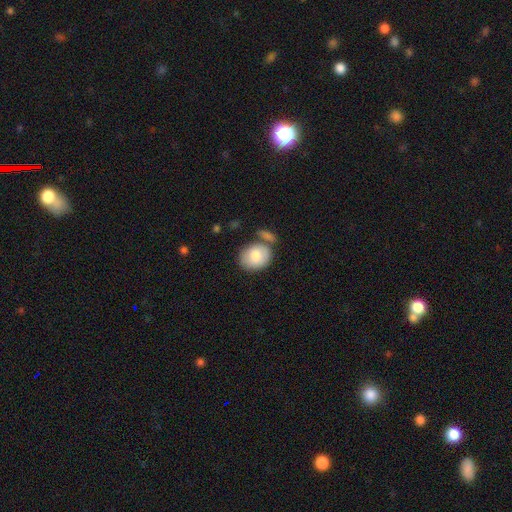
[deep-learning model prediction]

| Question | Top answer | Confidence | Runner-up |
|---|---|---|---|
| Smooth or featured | smooth | 83% | featured or disk (11%) |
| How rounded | round | 52% | in between (47%) |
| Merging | none | 59% | merger (20%) |